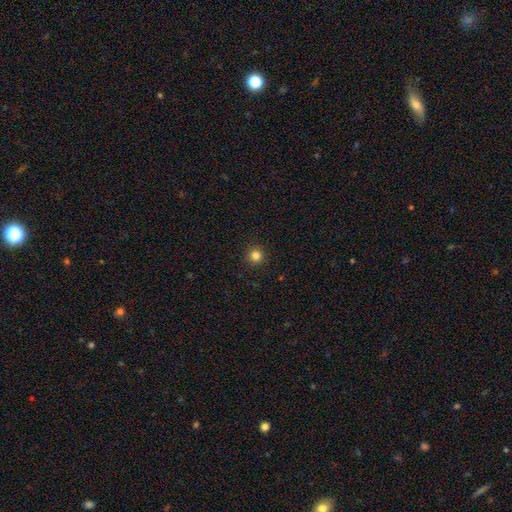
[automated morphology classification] type=smooth (83%); roundness=round (96%); merging=none (93%).